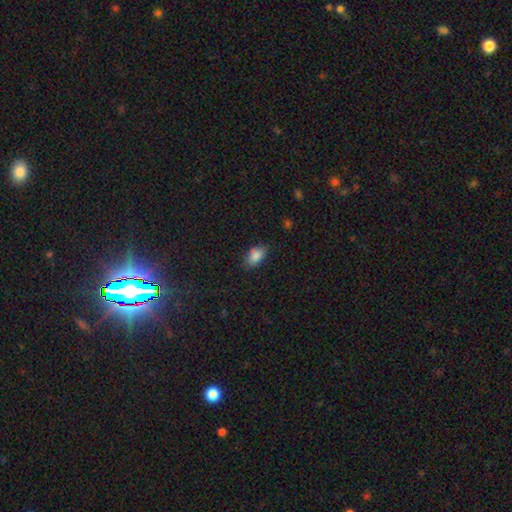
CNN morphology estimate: This is clearly a smooth galaxy (84%). How rounded: clearly in between (89%). Merging: likely none (75%).